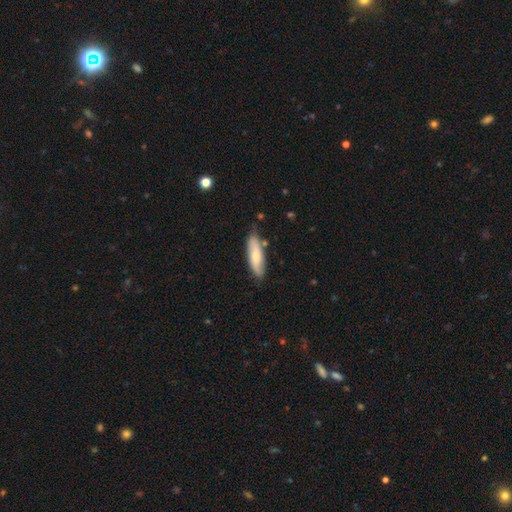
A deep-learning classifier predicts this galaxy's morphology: Smooth or featured? Predicted: smooth (p=0.60). How rounded? Predicted: in between (p=0.50). Merging? Predicted: none (p=0.74).